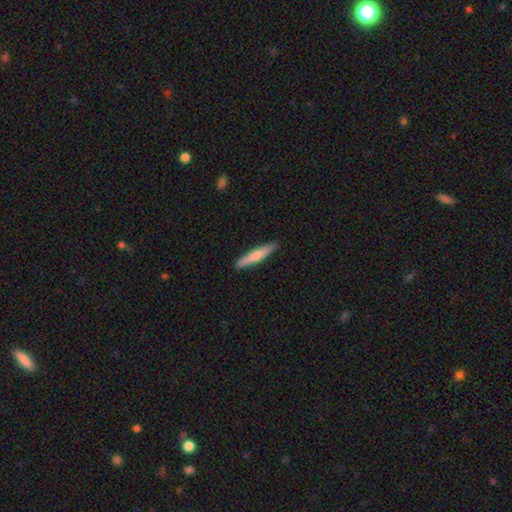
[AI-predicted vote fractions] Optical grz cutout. It shows a smooth galaxy with no disk features (68%) that is cigar-shaped (92%). Merging: none (90%).